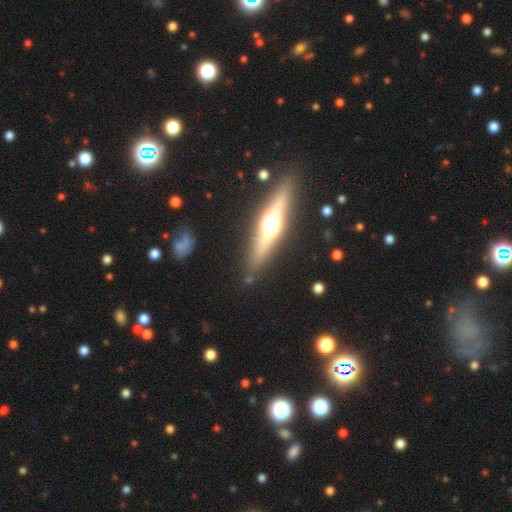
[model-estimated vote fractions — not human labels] featured or disk 70%, smooth 23%, star or artifact 7%. Down the decision tree: edge-on disk — yes (96%); edge-on bulge — rounded (91%); merging — none (88%).